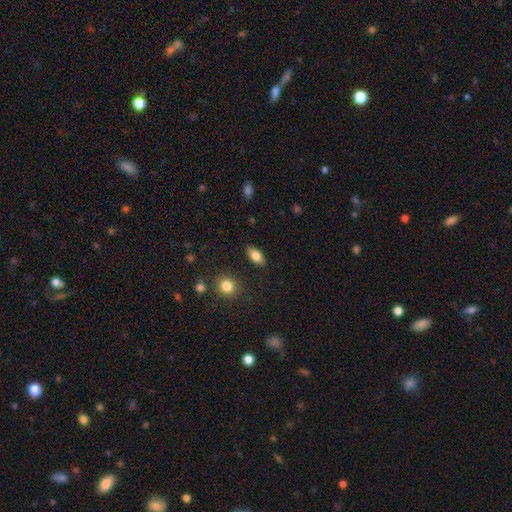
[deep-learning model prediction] A smooth galaxy with no disk features (79%) that is in between round and cigar-shaped (87%). Merging: none (87%).